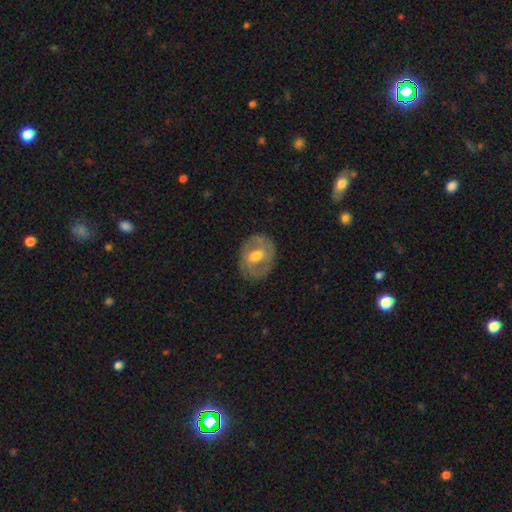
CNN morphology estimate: Smooth or featured: featured or disk — 63% (smooth — 30%)
Edge-on disk: no — 95% (yes — 5%)
Bar: weak — 43% (no — 41%)
Spiral arms: yes — 59% (no — 41%)
Bulge size: moderate — 74% (small — 12%)
Merging: none — 79% (minor disturbance — 15%)